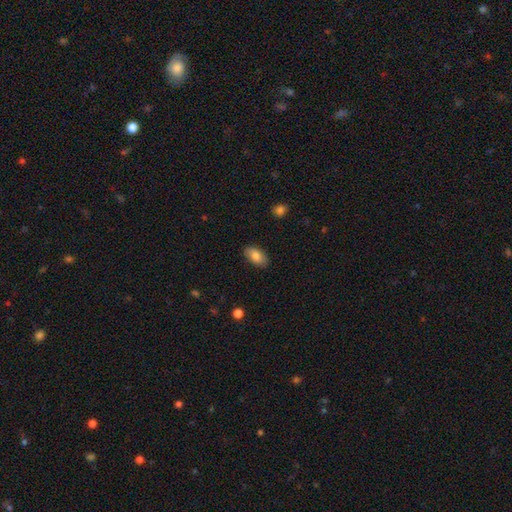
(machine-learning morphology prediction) Smooth or featured: smooth — 83% (featured or disk — 10%)
How rounded: in between — 93% (round — 4%)
Merging: none — 86% (minor disturbance — 10%)